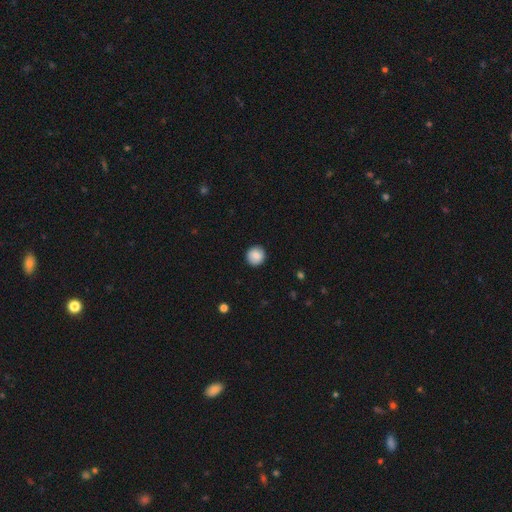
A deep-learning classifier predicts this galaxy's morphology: The model was most divided on "smooth or featured": smooth: 85%, featured or disk: 8%, star or artifact: 8%. More confident: how rounded — round (93%); merging — none (91%).